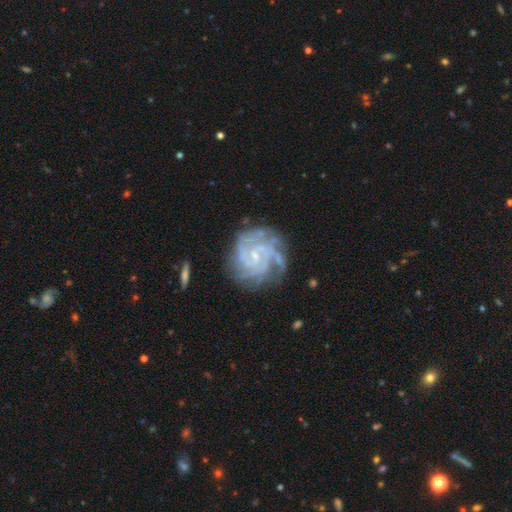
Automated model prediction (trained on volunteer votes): A featured or disk galaxy (90%) with no bar (55%), 4 (31%) tight (70%) spiral arms (98%) and a small central bulge (76%). Merging: none (70%).